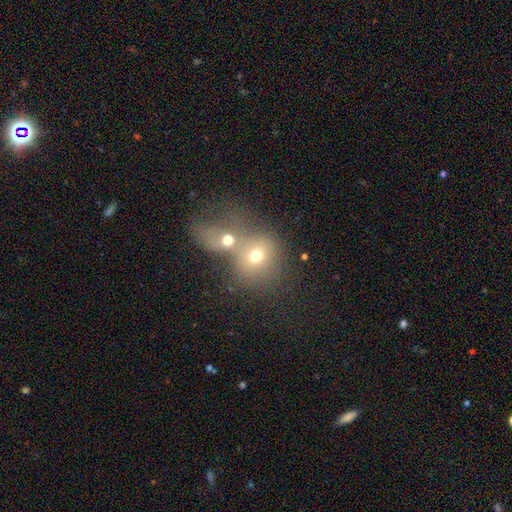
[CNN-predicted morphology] type=smooth (66%); roundness=round (75%); merging=merger (64%).